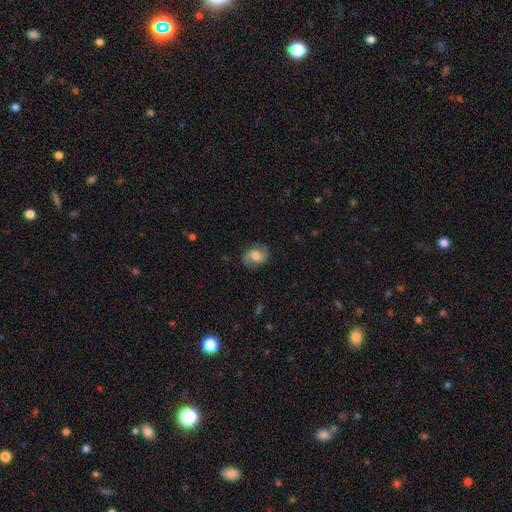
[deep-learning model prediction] featured or disk 56%, smooth 36%, star or artifact 8%. Down the decision tree: edge-on disk — no (97%); bar — no (48%); spiral arms — yes (90%); bulge size — moderate (49%); merging — none (78%).